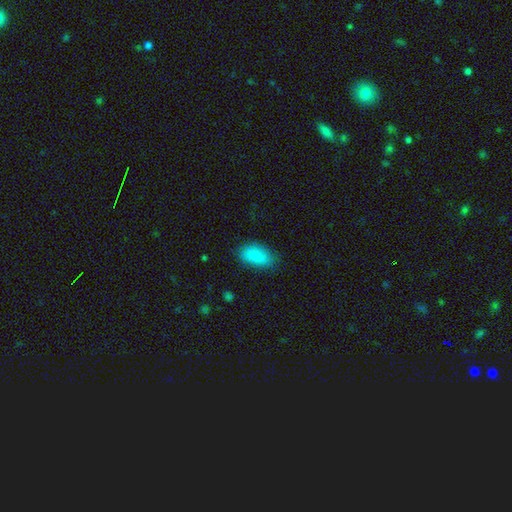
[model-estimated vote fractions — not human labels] smooth-or-featured: smooth: 88% | star or artifact: 8% | featured or disk: 5%
  how-rounded: in between: 93% | round: 4% | cigar-shaped: 3%
  merging: none: 78% | minor disturbance: 16% | major disturbance: 4% | merger: 1%